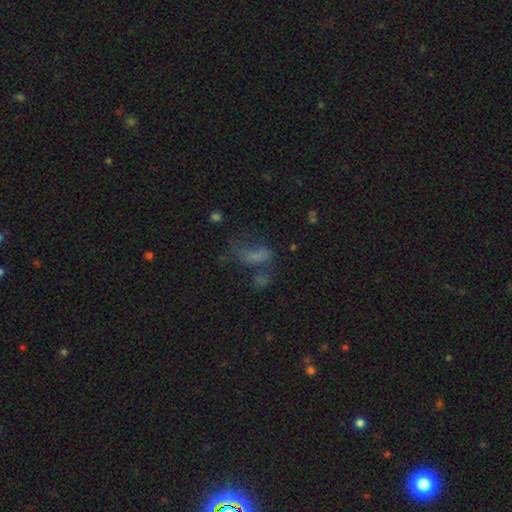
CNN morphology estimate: type=smooth (54%); roundness=in between (80%); merging=major disturbance (33%).